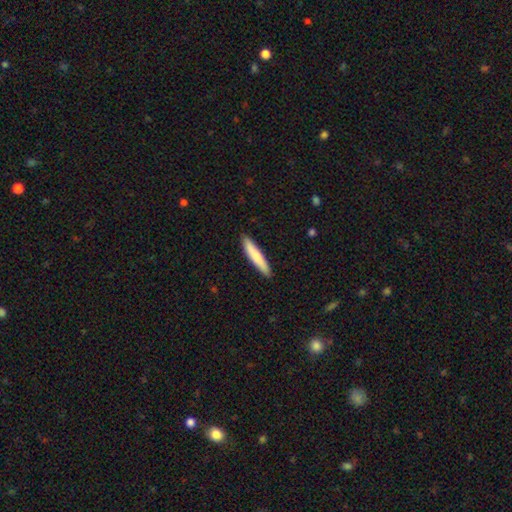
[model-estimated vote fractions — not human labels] The model was most divided on "smooth or featured": smooth: 78%, featured or disk: 17%, star or artifact: 5%. More confident: how rounded — cigar-shaped (90%); merging — none (90%).